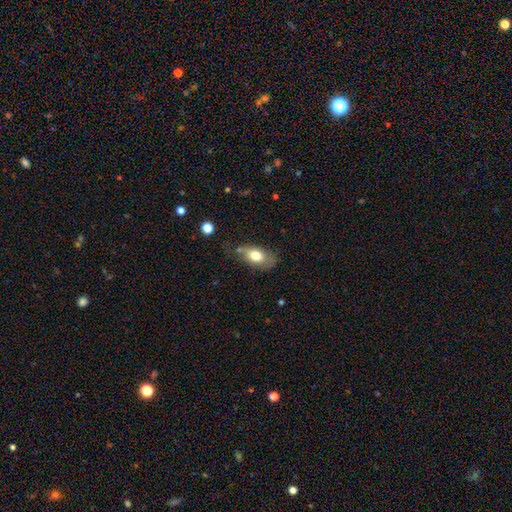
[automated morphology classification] This appears to be a smooth galaxy with no disk features (73%) that is in between round and cigar-shaped (88%). Merging: none (56%).